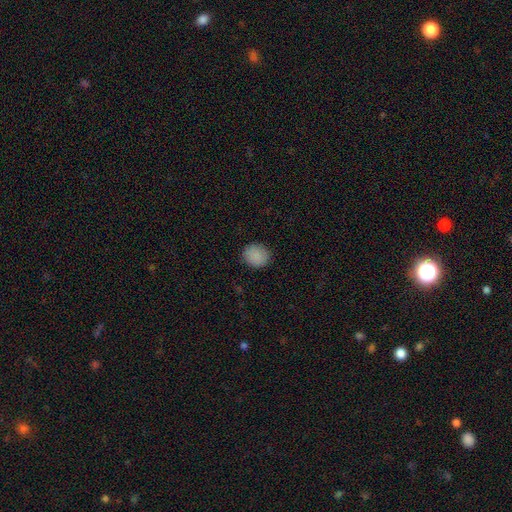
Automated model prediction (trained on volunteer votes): Morphology: type=smooth (89%); roundness=round (80%); merging=none (89%).